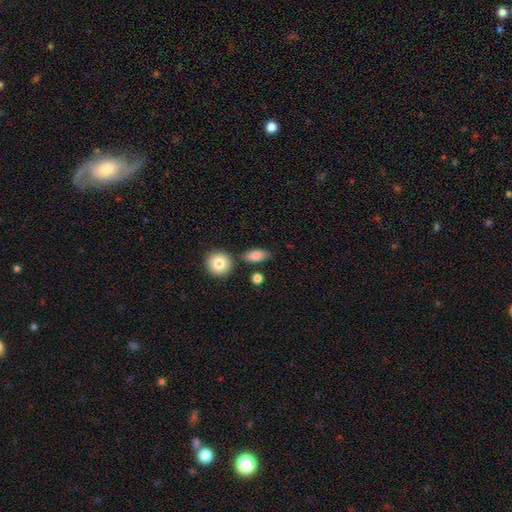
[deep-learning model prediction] This appears to be a smooth galaxy with no disk features (85%) that is in between round and cigar-shaped (83%). Merging: none (76%).